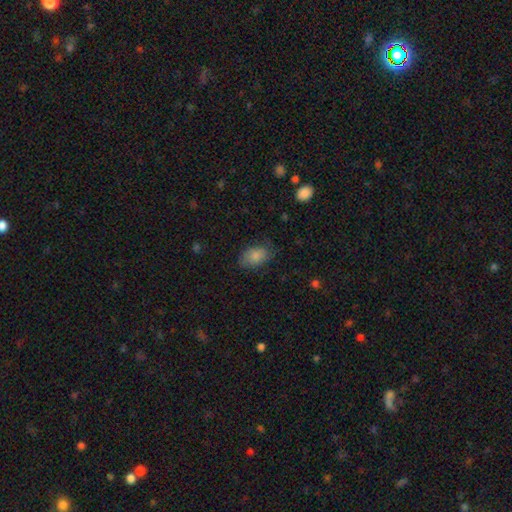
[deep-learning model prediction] Smooth or featured: smooth — 84% (featured or disk — 9%)
How rounded: in between — 90% (round — 9%)
Merging: none — 72% (minor disturbance — 21%)